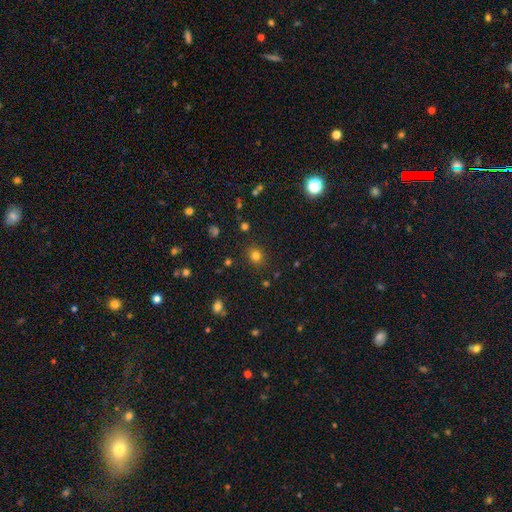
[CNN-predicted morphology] Smooth or featured?
  - smooth: 78% *
  - star or artifact: 16%
  - featured or disk: 6%
How rounded?
  - round: 80% *
  - in between: 19%
  - cigar-shaped: 1%
Merging?
  - none: 87% *
  - minor disturbance: 8%
  - major disturbance: 3%
  - merger: 2%